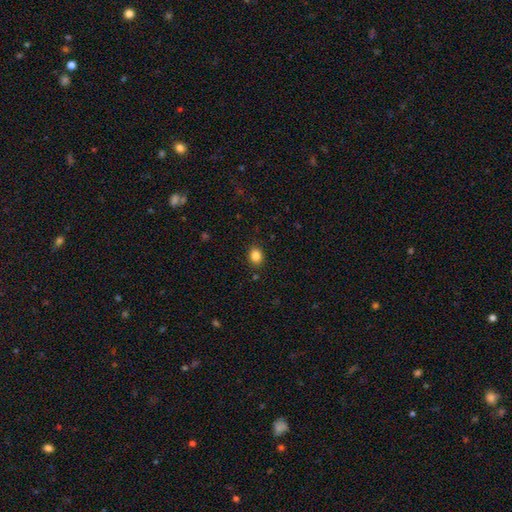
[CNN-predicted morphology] Smooth or featured? smooth (85%)
How rounded? round (54%)
Merging? none (88%)